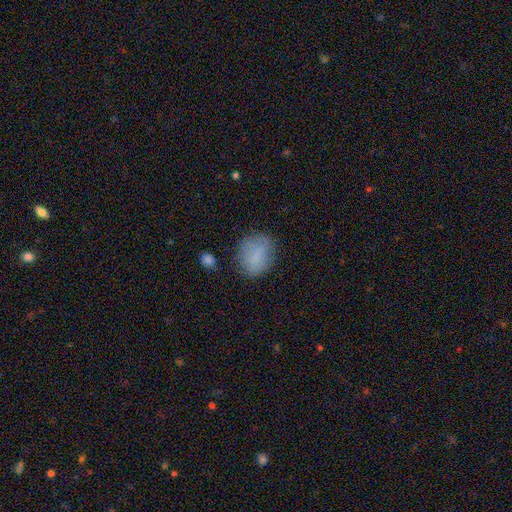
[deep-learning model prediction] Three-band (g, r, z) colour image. It shows a smooth galaxy with no disk features (81%) that is in between round and cigar-shaped (50%). Merging: none (72%).